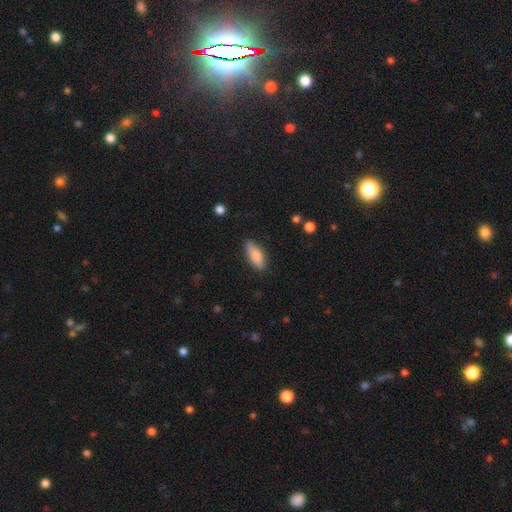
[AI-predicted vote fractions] A smooth galaxy with no disk features (83%) that is in between round and cigar-shaped (72%).

Vote fractions:
- Smooth or featured? smooth: 83% / featured or disk: 10% / star or artifact: 6%
- How rounded? in between: 72% / cigar-shaped: 26% / round: 2%
- Merging? none: 84% / minor disturbance: 12% / major disturbance: 3% / merger: 1%